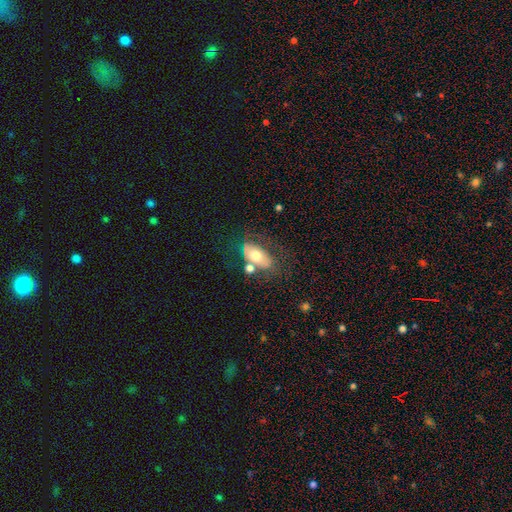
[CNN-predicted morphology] smooth-or-featured: smooth: 58% | featured or disk: 34% | star or artifact: 8%
  how-rounded: in between: 88% | round: 9% | cigar-shaped: 3%
  merging: none: 45% | minor disturbance: 21% | merger: 21% | major disturbance: 14%